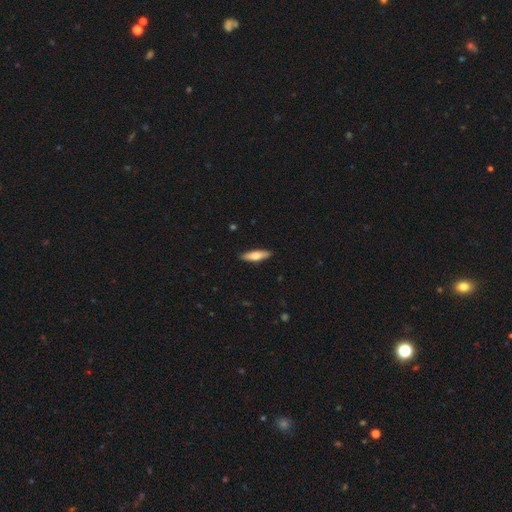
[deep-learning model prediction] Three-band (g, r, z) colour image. It shows a smooth galaxy with no disk features (70%) that is cigar-shaped (61%). Merging: none (89%).